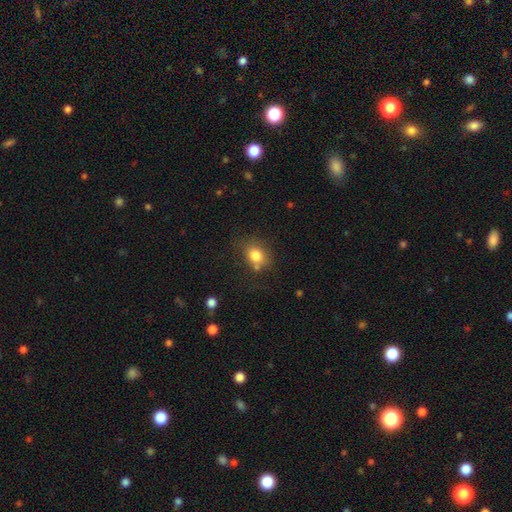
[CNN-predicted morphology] smooth 80%, star or artifact 11%, featured or disk 9%. Down the decision tree: how rounded — in between (51%); merging — none (65%).